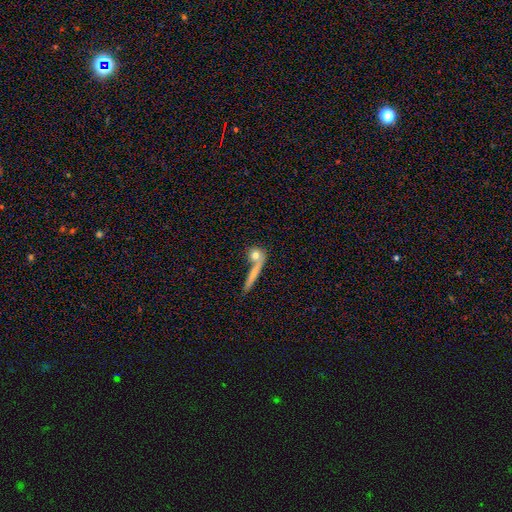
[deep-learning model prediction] smooth_or_featured: smooth (p=0.68) [alt: featured or disk p=0.22]
how_rounded: round (p=0.65) [alt: cigar-shaped p=0.22]
merging: none (p=0.57) [alt: merger p=0.26]